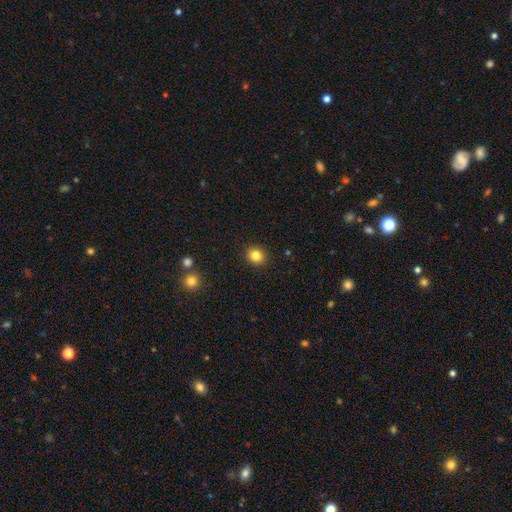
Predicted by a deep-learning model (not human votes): Smooth or featured? Predicted: smooth (p=0.83). How rounded? Predicted: round (p=0.80). Merging? Predicted: none (p=0.92).